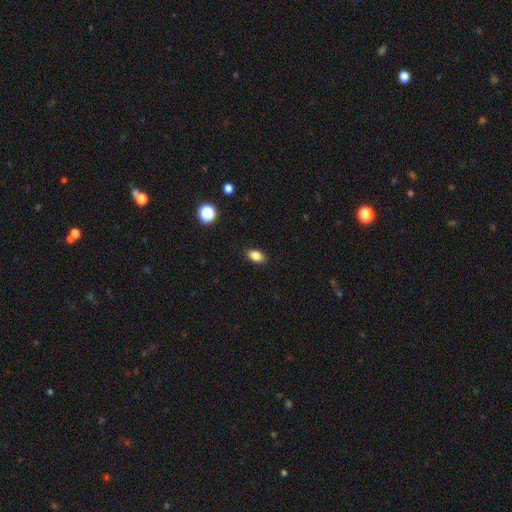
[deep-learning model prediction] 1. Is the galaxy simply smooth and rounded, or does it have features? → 83% smooth, 10% star or artifact, 7% featured or disk.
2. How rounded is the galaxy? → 86% in between, 10% round, 4% cigar-shaped.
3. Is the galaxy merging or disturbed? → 87% none, 10% minor disturbance, 2% major disturbance, 1% merger.